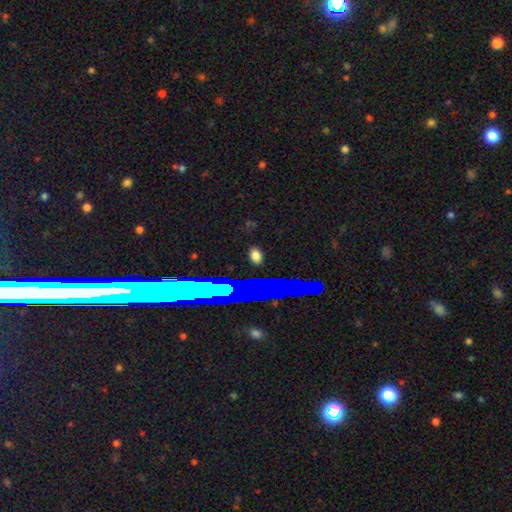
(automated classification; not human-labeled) Smooth or featured? smooth (66%)
How rounded? in between (55%)
Merging? none (86%)